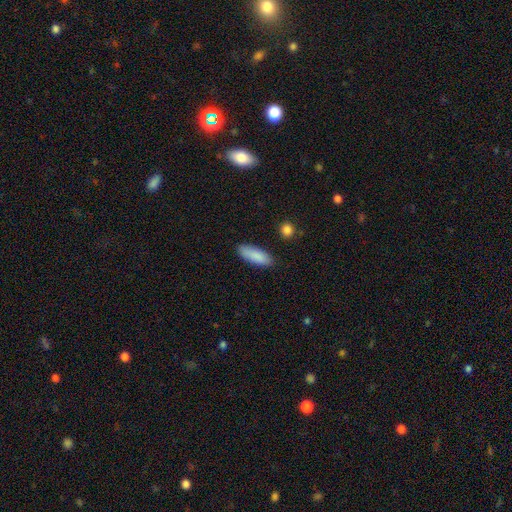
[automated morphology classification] Smooth or featured? Predicted: smooth (p=0.88). How rounded? Predicted: in between (p=0.67). Merging? Predicted: none (p=0.84).